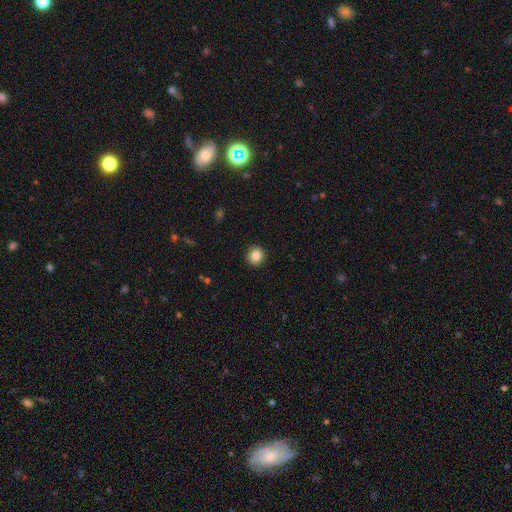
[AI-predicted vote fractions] smooth_or_featured: smooth (p=0.85) [alt: star or artifact p=0.10]
how_rounded: round (p=0.93) [alt: in between p=0.06]
merging: none (p=0.92) [alt: minor disturbance p=0.06]